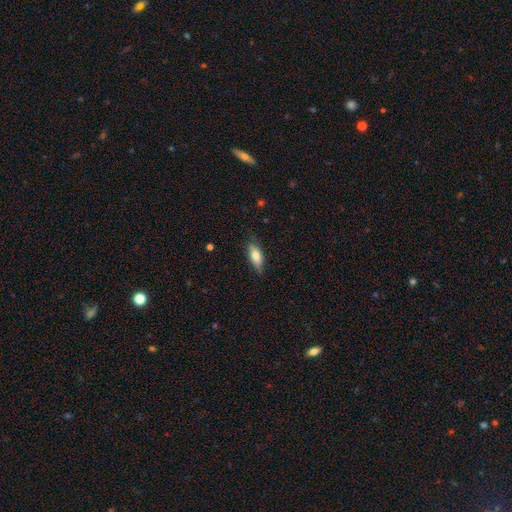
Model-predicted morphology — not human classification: A smooth galaxy with no disk features (74%) that is in between round and cigar-shaped (73%). Merging: none (78%).